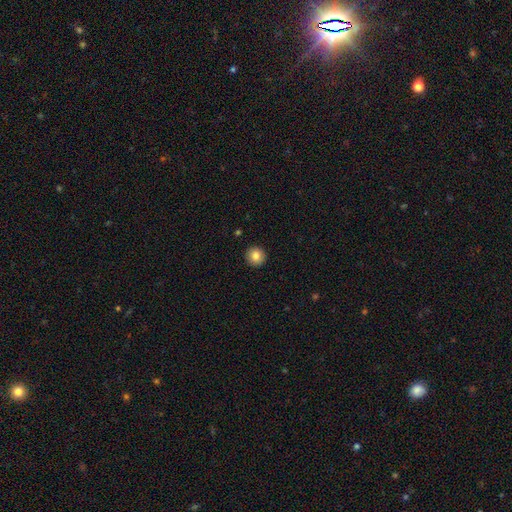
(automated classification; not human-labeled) A smooth galaxy with no disk features (84%) that is round (95%). Merging: none (93%).